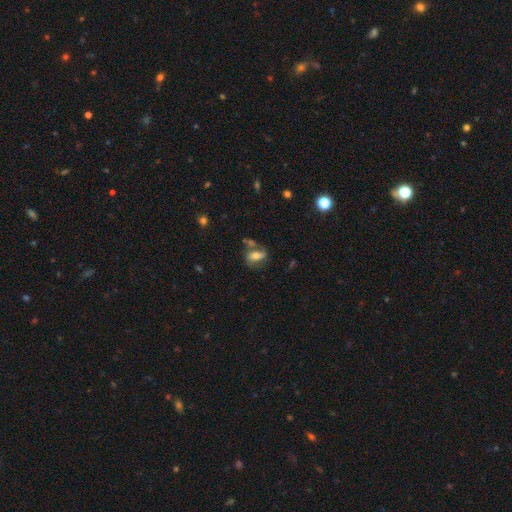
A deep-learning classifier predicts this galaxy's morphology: Smooth or featured? Predicted: smooth (p=0.50). Merging? Predicted: none (p=0.47).